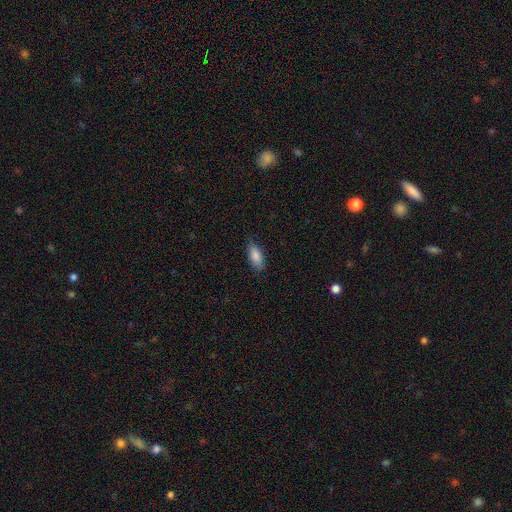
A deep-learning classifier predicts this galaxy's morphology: type=smooth (86%); roundness=in between (83%); merging=none (80%).